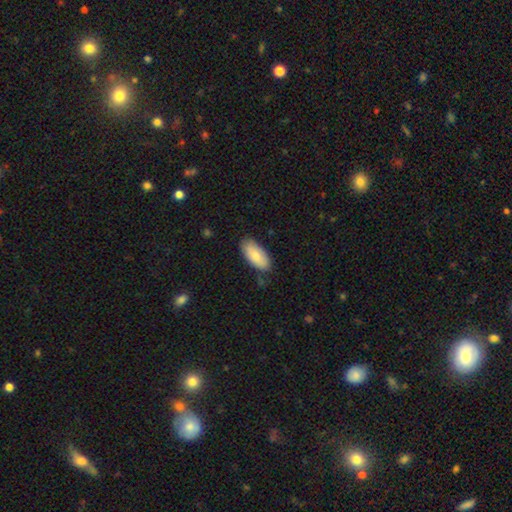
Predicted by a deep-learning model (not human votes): Smooth or featured? smooth (80%)
How rounded? in between (92%)
Merging? none (78%)